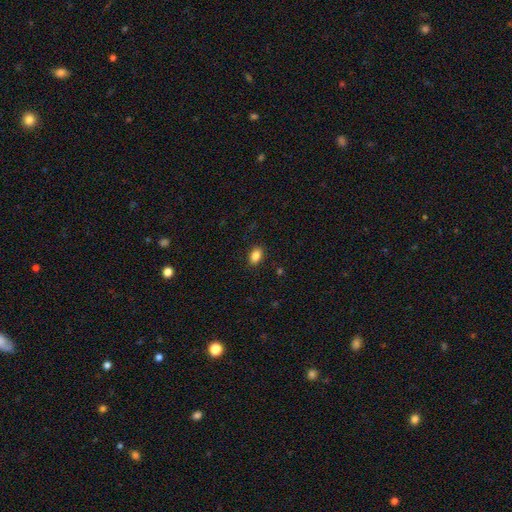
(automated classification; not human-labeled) Morphology: type=smooth (86%); roundness=in between (83%); merging=none (89%).